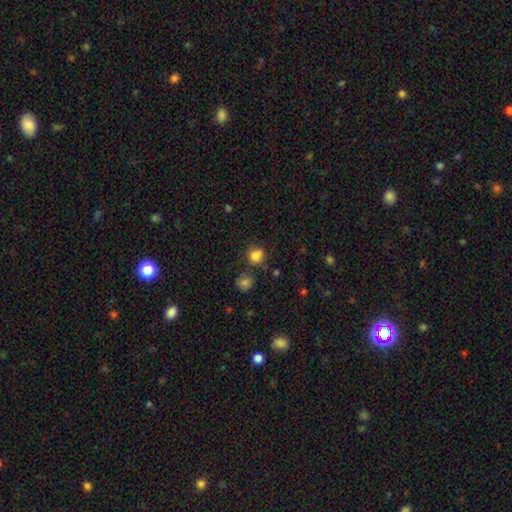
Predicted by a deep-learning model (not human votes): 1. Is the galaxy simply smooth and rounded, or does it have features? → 82% smooth, 13% star or artifact, 5% featured or disk.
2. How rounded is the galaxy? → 73% round, 26% in between, 1% cigar-shaped.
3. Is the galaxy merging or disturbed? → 68% none, 16% minor disturbance, 10% merger, 5% major disturbance.